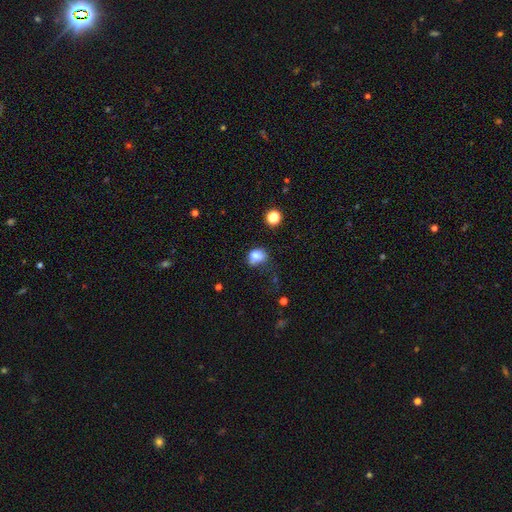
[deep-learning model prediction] smooth-or-featured: smooth: 77% | star or artifact: 12% | featured or disk: 11%
  how-rounded: in between: 50% | round: 49% | cigar-shaped: 1%
  merging: none: 43% | minor disturbance: 31% | major disturbance: 15% | merger: 10%